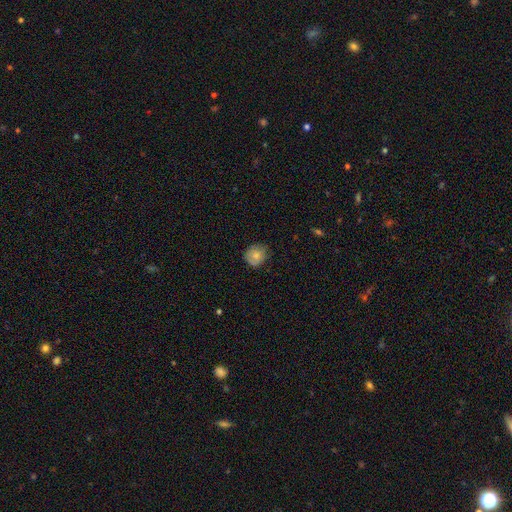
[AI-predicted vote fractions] Smooth or featured: smooth — 75% (featured or disk — 17%)
How rounded: round — 81% (in between — 18%)
Merging: none — 70% (minor disturbance — 24%)